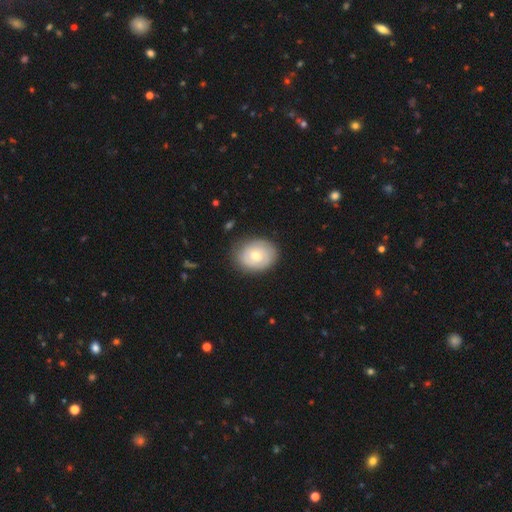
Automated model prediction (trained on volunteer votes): Overall: smooth (57%; featured or disk 37%). How rounded: in between (56%; round 43%). Merging: none (81%).